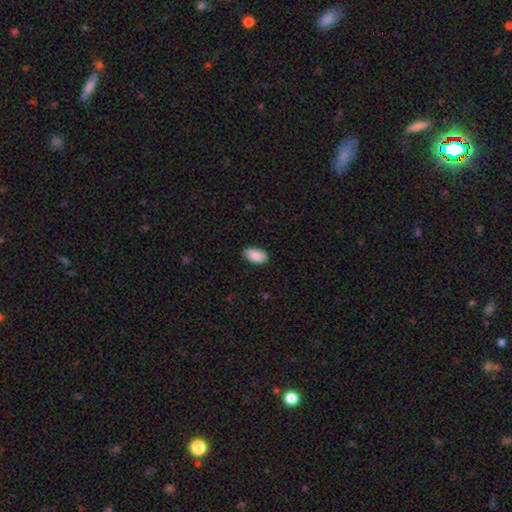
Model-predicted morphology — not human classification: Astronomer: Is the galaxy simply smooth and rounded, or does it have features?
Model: smooth — 90%.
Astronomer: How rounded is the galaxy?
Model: in between — 95%.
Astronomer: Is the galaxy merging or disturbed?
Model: none — 82%.